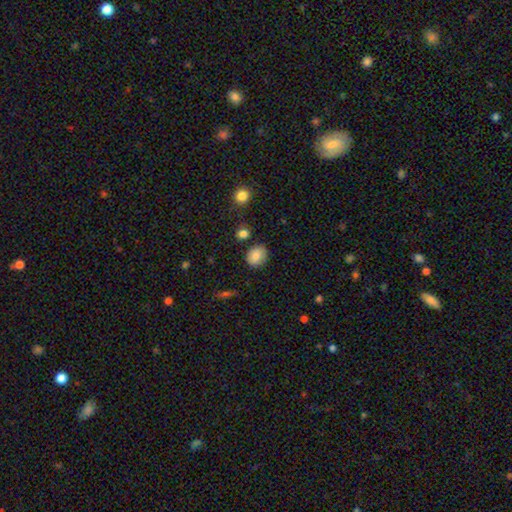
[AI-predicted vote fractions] Q: Smooth or featured?
A: smooth (84%); runner-up: star or artifact (8%)
Q: How rounded?
A: round (59%); runner-up: in between (40%)
Q: Merging?
A: none (80%); runner-up: minor disturbance (13%)